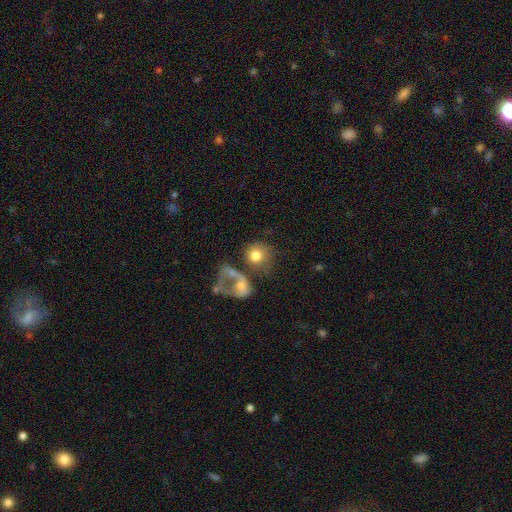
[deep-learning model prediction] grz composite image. It shows a smooth galaxy with no disk features (68%) that is round (78%). Merging: merger (36%).